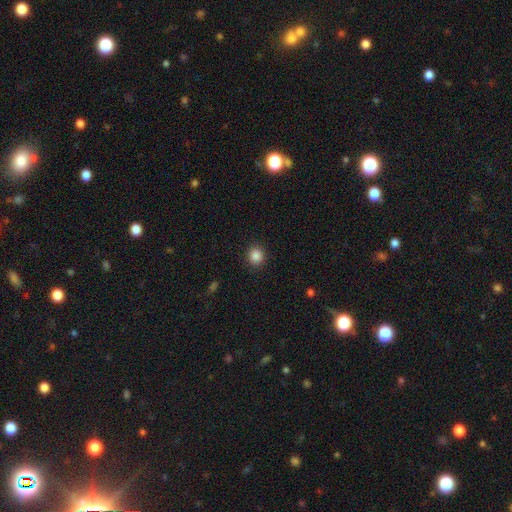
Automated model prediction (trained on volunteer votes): Morphology: type=smooth (86%); roundness=round (85%); merging=none (90%).